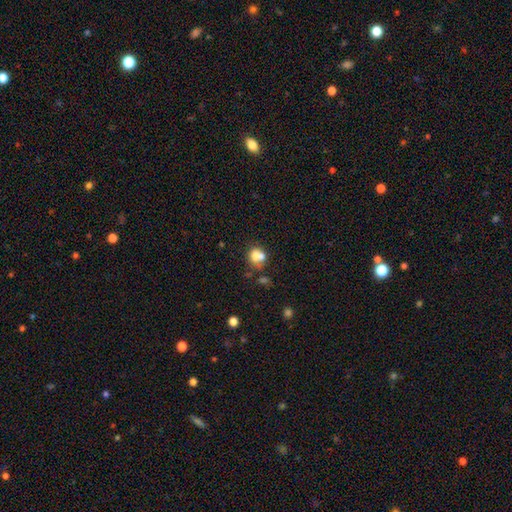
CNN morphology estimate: Smooth or featured? Predicted: smooth (p=0.71). How rounded? Predicted: round (p=0.72). Merging? Predicted: merger (p=0.49).